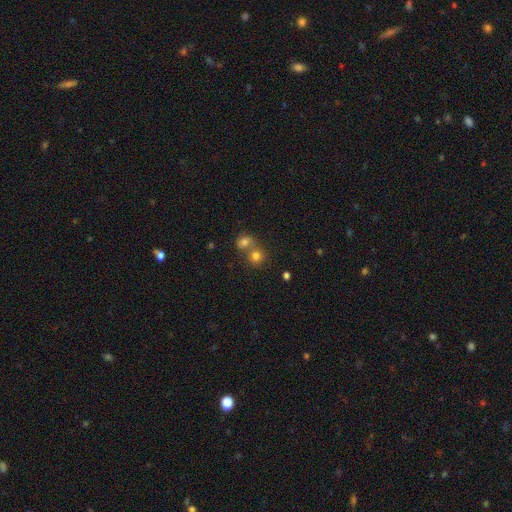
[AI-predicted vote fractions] Smooth or featured? smooth (77%)
How rounded? round (83%)
Merging? merger (49%)